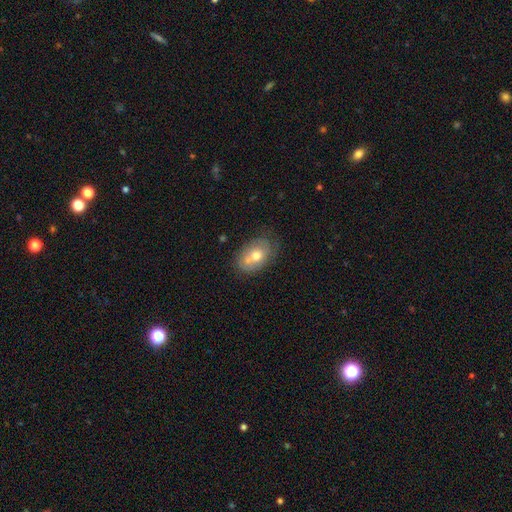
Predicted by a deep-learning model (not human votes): Smooth or featured? Predicted: smooth (p=0.56). How rounded? Predicted: in between (p=0.82). Merging? Predicted: none (p=0.58).